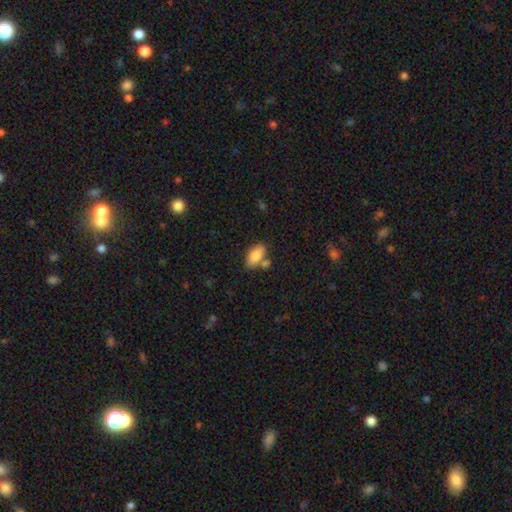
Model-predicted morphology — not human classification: This is clearly a smooth galaxy (83%). How rounded: clearly in between (91%). Merging: likely none (66%).